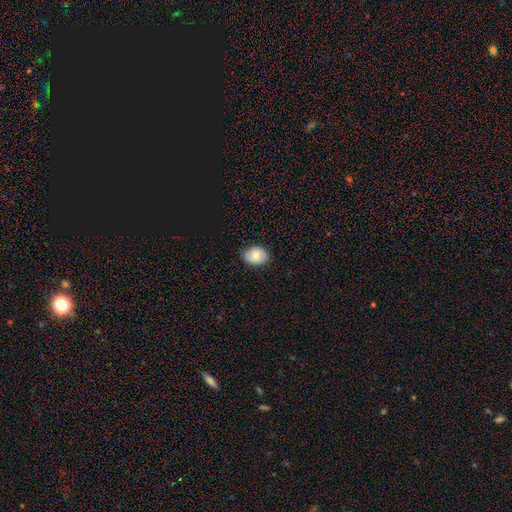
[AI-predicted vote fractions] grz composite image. It shows a smooth galaxy with no disk features (78%) that is in between round and cigar-shaped (71%). Merging: none (86%).